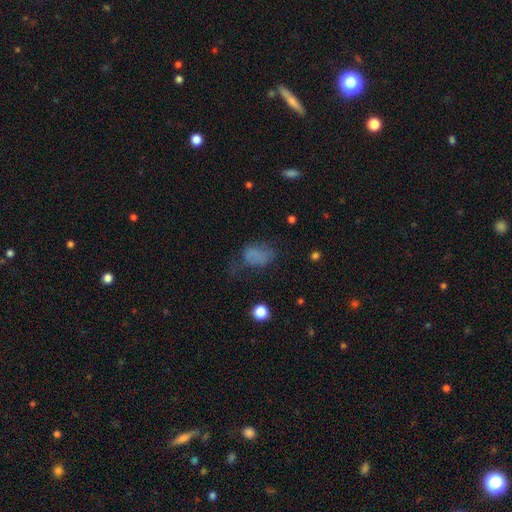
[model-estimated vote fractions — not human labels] Morphology: type=smooth (66%); roundness=in between (77%); merging=none (40%).